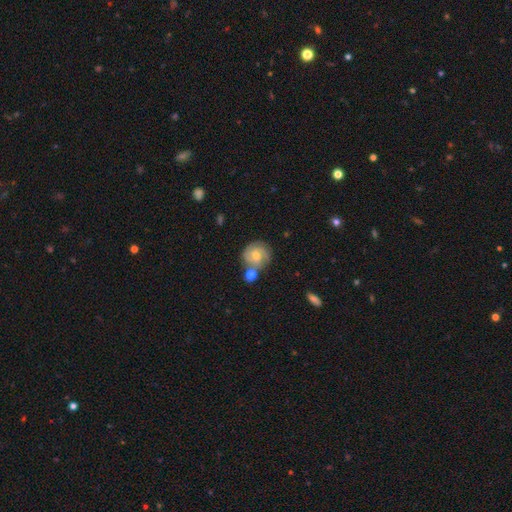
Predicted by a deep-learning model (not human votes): smooth-or-featured: featured or disk: 60% | smooth: 33% | star or artifact: 8%
  disk-edge-on: no: 97% | yes: 3%
    bar: no: 68% | weak: 28% | strong: 4%
    has-spiral-arms: yes: 89% | no: 11%
      spiral-winding: tight: 58% | medium: 33% | loose: 9%
      spiral-arm-count: 3: 31% | 2: 29% | can't tell: 25% | 4: 7% | 1: 4% | more than 4: 3%
    bulge-size: moderate: 53% | small: 42% | large: 2% | none: 2% | dominant: 1%
  merging: none: 56% | merger: 23% | minor disturbance: 16% | major disturbance: 5%